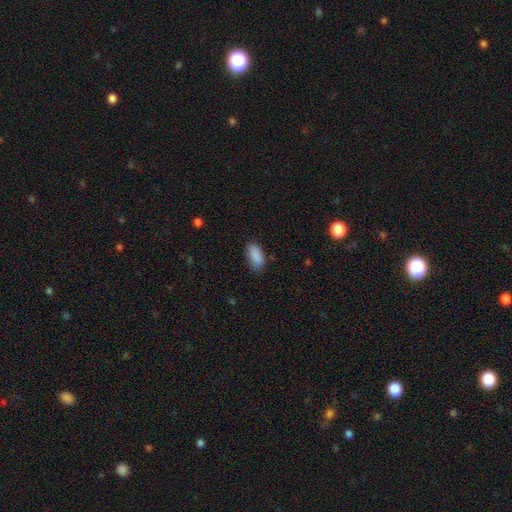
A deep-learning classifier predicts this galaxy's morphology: Smooth or featured? smooth (89%)
How rounded? in between (89%)
Merging? none (81%)